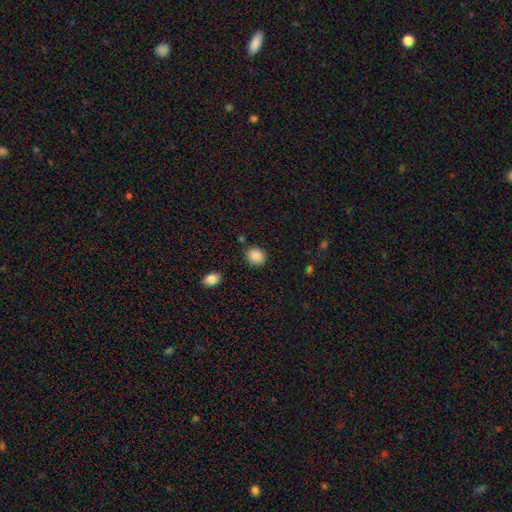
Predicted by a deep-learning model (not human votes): This appears to be a smooth galaxy with no disk features (88%) that is round (69%). Merging: none (86%).